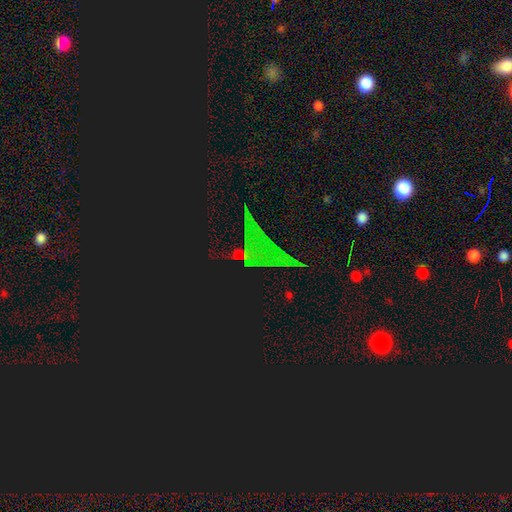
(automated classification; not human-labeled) The model was most divided on "smooth or featured": star or artifact: 76%, smooth: 14%, featured or disk: 10%.